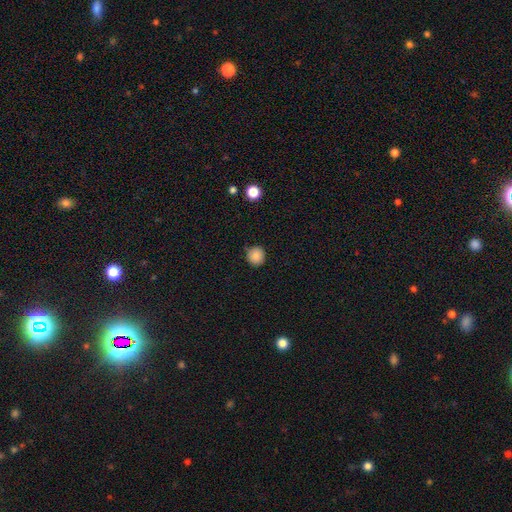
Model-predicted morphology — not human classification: Overall: smooth (86%). How rounded: round (92%). Merging: none (86%).